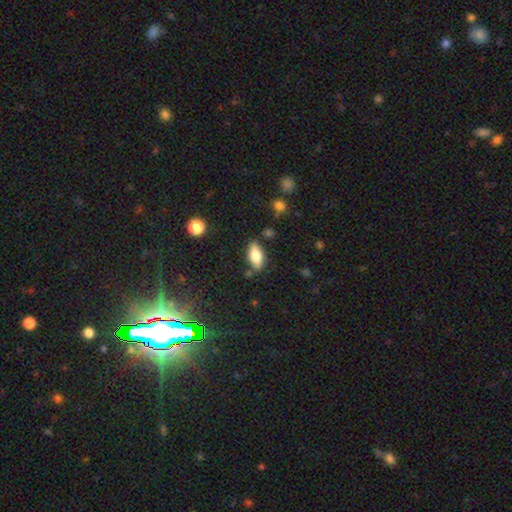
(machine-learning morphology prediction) The model was most divided on "smooth or featured": smooth: 76%, featured or disk: 17%, star or artifact: 8%. More confident: how rounded — in between (86%); merging — none (80%).